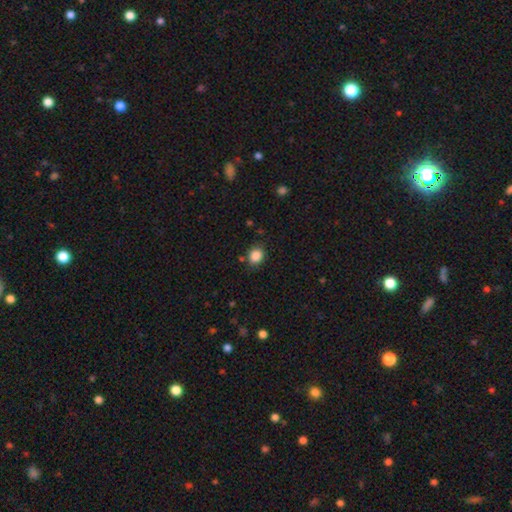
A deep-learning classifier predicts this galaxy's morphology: The model was most divided on "how rounded": round: 66%, in between: 34%, cigar-shaped: 1%. More confident: smooth or featured — smooth (86%); merging — none (81%).